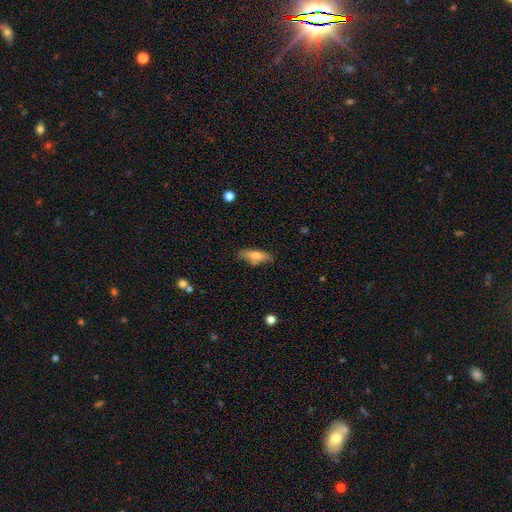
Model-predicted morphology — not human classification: A smooth galaxy with no disk features (63%) that is cigar-shaped (54%).

Vote fractions:
- Smooth or featured? smooth: 63% / featured or disk: 29% / star or artifact: 7%
- How rounded? cigar-shaped: 54% / in between: 44% / round: 3%
- Merging? none: 73% / minor disturbance: 19% / major disturbance: 4% / merger: 4%